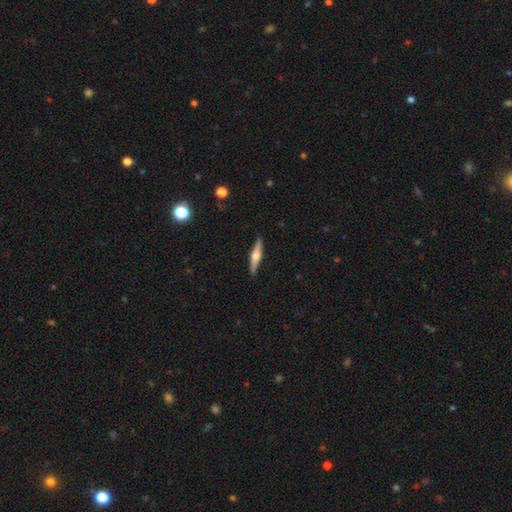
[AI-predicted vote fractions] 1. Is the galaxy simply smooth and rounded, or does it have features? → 67% featured or disk, 28% smooth, 6% star or artifact.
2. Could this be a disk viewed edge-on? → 97% yes, 3% no.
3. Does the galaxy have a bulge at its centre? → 93% rounded, 4% boxy, 3% none.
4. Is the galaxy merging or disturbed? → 90% none, 7% minor disturbance, 1% major disturbance, 1% merger.